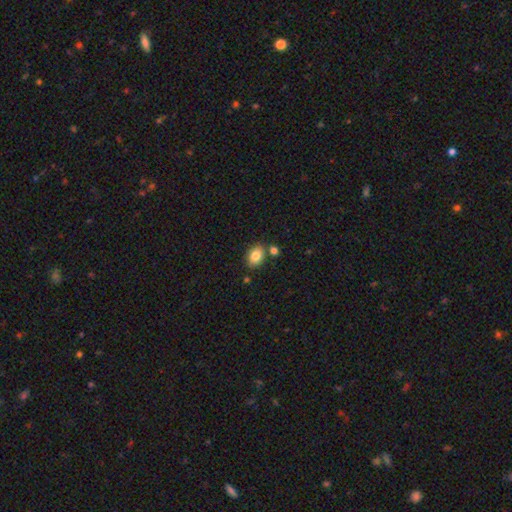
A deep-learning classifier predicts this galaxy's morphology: smooth-or-featured: smooth: 83% | featured or disk: 8% | star or artifact: 8%
  how-rounded: in between: 82% | round: 17% | cigar-shaped: 1%
  merging: none: 75% | minor disturbance: 11% | merger: 11% | major disturbance: 3%